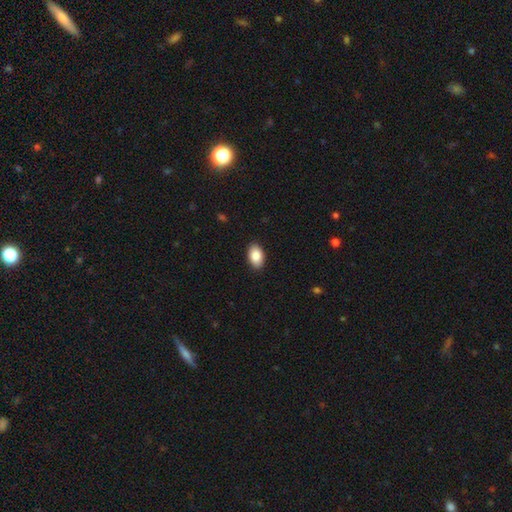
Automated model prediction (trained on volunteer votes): This appears to be a smooth galaxy with no disk features (88%) that is in between round and cigar-shaped (91%). Merging: none (90%).